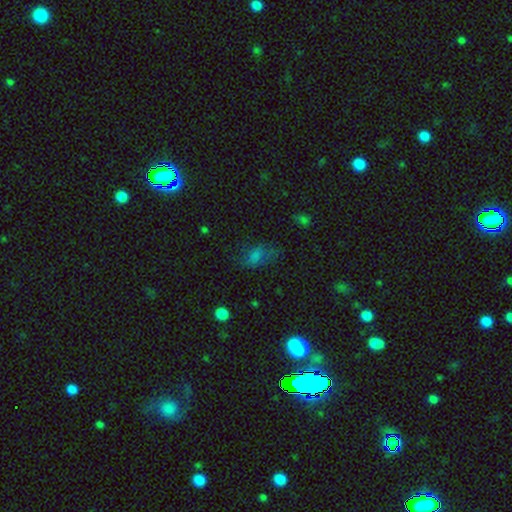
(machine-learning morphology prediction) A smooth galaxy with no disk features (63%) that is in between round and cigar-shaped (81%).

Vote fractions:
- Smooth or featured? smooth: 63% / star or artifact: 22% / featured or disk: 14%
- How rounded? in between: 81% / round: 14% / cigar-shaped: 4%
- Merging? none: 58% / minor disturbance: 24% / major disturbance: 14% / merger: 3%